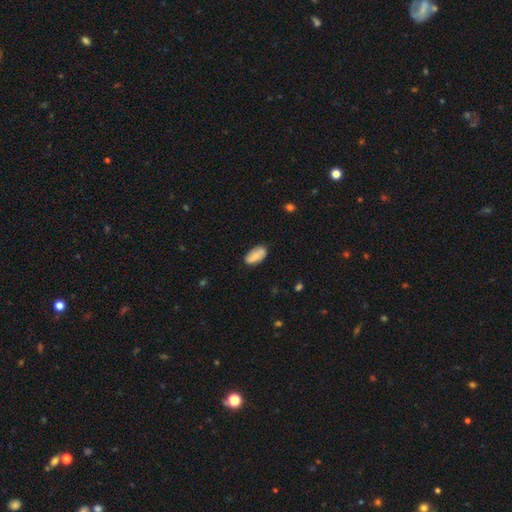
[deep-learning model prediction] A smooth galaxy with no disk features (75%) that is in between round and cigar-shaped (92%).

Vote fractions:
- Smooth or featured? smooth: 75% / featured or disk: 19% / star or artifact: 7%
- How rounded? in between: 92% / cigar-shaped: 5% / round: 3%
- Merging? none: 79% / minor disturbance: 16% / major disturbance: 3% / merger: 2%